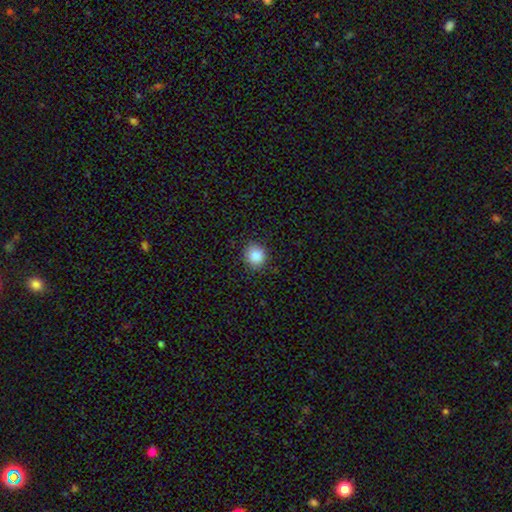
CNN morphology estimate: The model was most divided on "how rounded": round: 87%, in between: 12%, cigar-shaped: 1%. More confident: merging — none (89%); smooth or featured — smooth (87%).